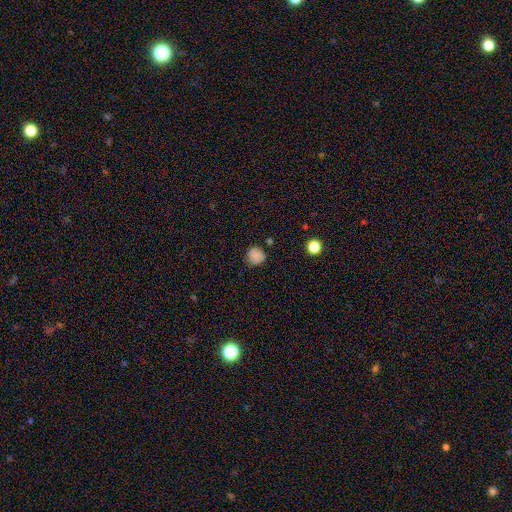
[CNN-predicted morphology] Q: Smooth or featured?
A: smooth (82%); runner-up: star or artifact (12%)
Q: How rounded?
A: round (88%); runner-up: in between (11%)
Q: Merging?
A: none (78%); runner-up: minor disturbance (16%)